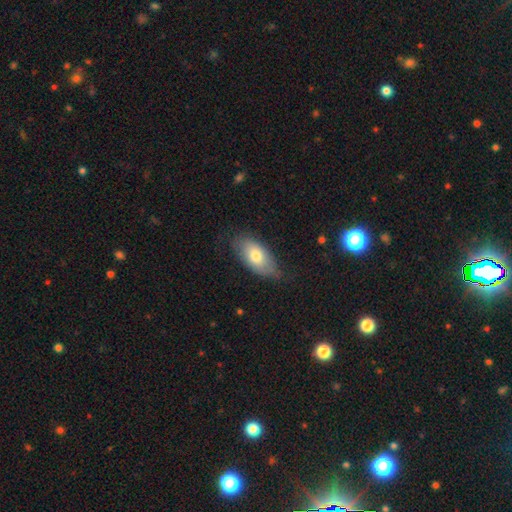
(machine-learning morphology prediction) This is likely a smooth galaxy (72%). How rounded: clearly in between (92%). Merging: likely none (68%).